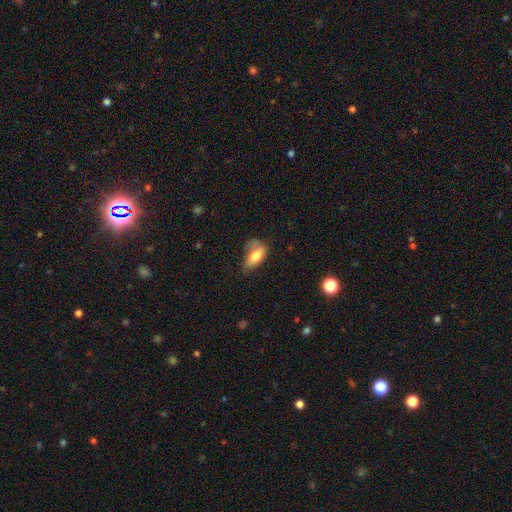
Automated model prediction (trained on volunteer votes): A smooth galaxy with no disk features (74%) that is in between round and cigar-shaped (83%). Merging: none (39%).